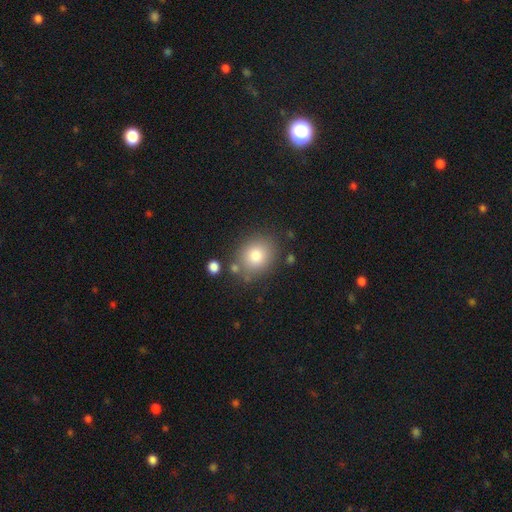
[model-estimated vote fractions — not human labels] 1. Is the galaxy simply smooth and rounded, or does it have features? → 81% smooth, 10% star or artifact, 9% featured or disk.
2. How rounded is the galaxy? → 64% round, 35% in between, 1% cigar-shaped.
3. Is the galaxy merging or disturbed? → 77% none, 13% minor disturbance, 6% merger, 4% major disturbance.